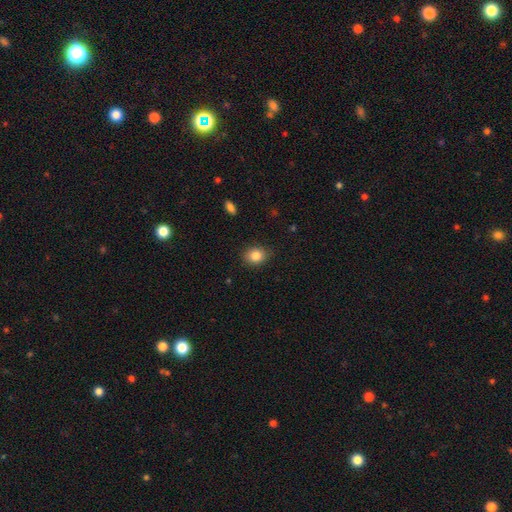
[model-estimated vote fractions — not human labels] A smooth galaxy with no disk features (84%) that is round (54%). Merging: none (84%).